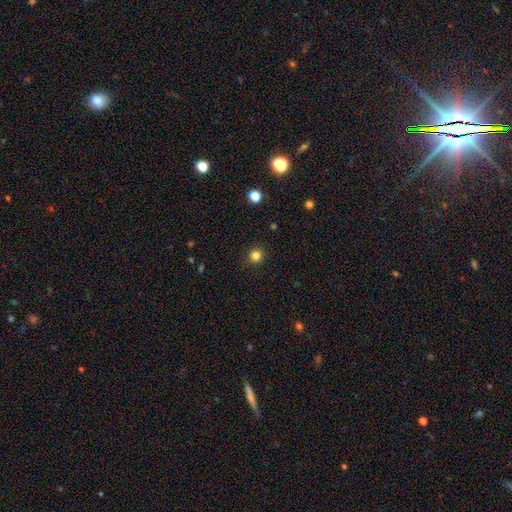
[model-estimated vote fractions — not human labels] Q: Smooth or featured?
A: smooth (83%); runner-up: star or artifact (13%)
Q: How rounded?
A: round (93%); runner-up: in between (6%)
Q: Merging?
A: none (91%); runner-up: minor disturbance (6%)